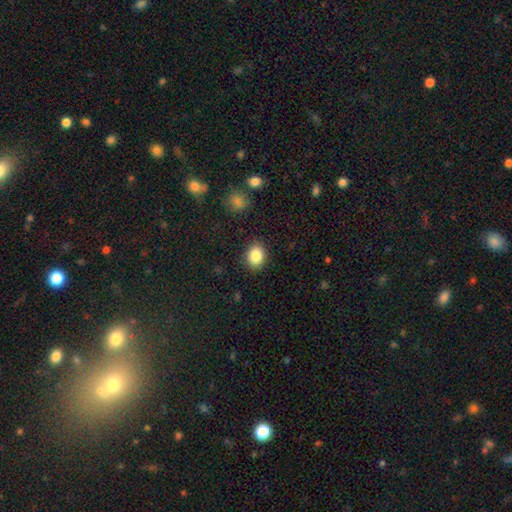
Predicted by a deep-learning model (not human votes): Overall: smooth (85%). How rounded: in between (57%; round 42%). Merging: none (88%).